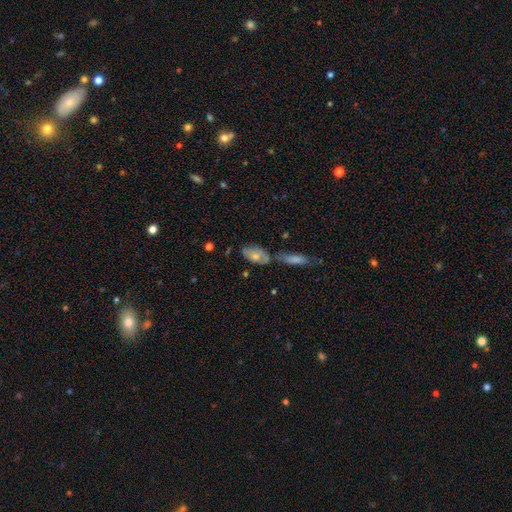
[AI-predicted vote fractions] The model was most divided on "smooth or featured": smooth: 57%, featured or disk: 37%, star or artifact: 7%. Remaining: how rounded — in between (87%); merging — none (50%).